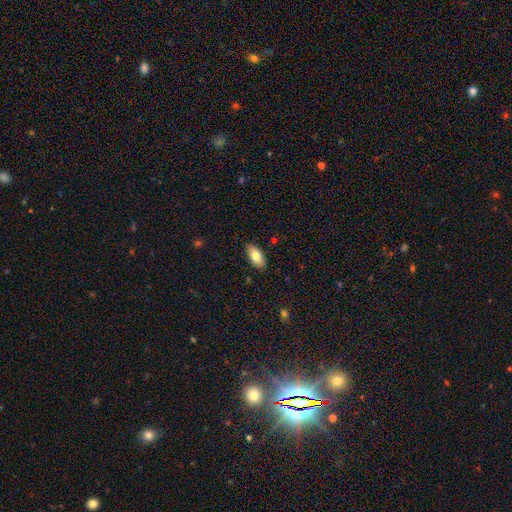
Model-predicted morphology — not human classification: Smooth or featured?
  - smooth: 81% *
  - featured or disk: 12%
  - star or artifact: 7%
How rounded?
  - in between: 92% *
  - cigar-shaped: 5%
  - round: 3%
Merging?
  - none: 87% *
  - minor disturbance: 10%
  - major disturbance: 2%
  - merger: 1%